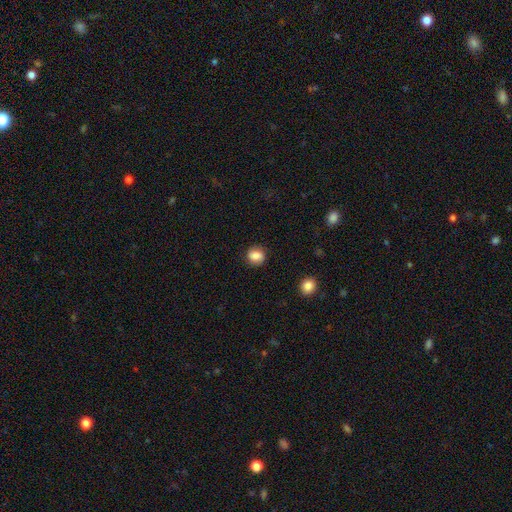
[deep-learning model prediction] Q: Smooth or featured?
A: smooth (84%); runner-up: star or artifact (9%)
Q: How rounded?
A: round (72%); runner-up: in between (27%)
Q: Merging?
A: none (84%); runner-up: minor disturbance (11%)